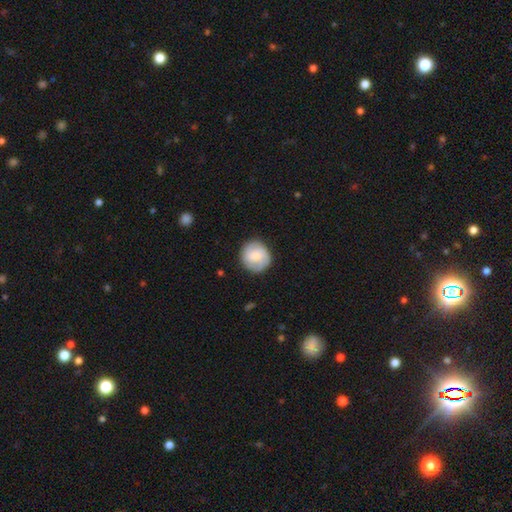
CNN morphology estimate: This is possibly a smooth galaxy (57%). How rounded: clearly round (90%). Merging: clearly none (82%).